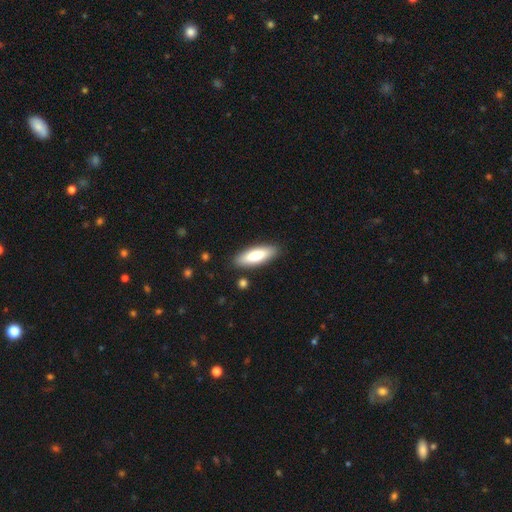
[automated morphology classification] A smooth galaxy with no disk features (78%) that is in between round and cigar-shaped (56%). Merging: none (87%).